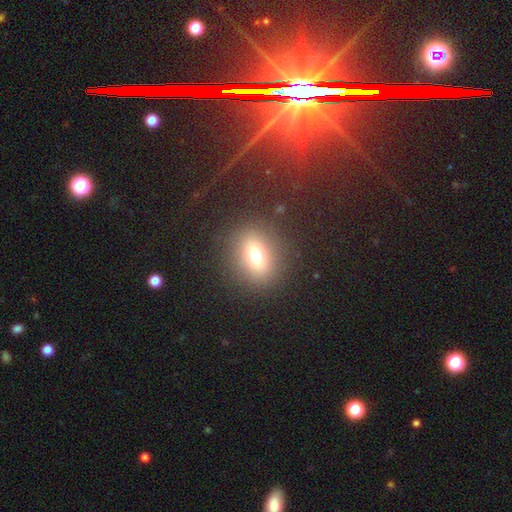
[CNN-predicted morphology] This appears to be a smooth galaxy with no disk features (70%) that is round (57%). Merging: none (84%).